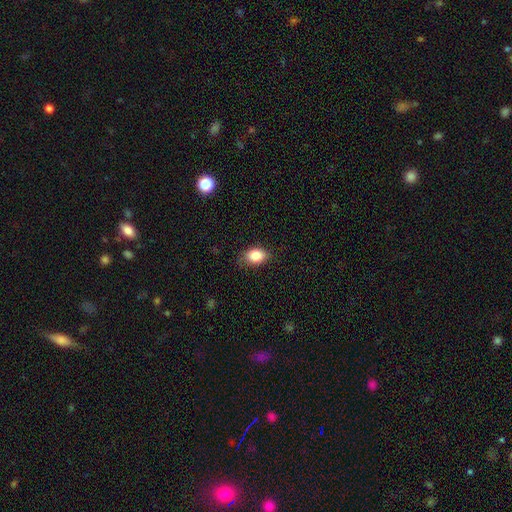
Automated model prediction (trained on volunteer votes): Overall: smooth (85%). How rounded: in between (78%). Merging: none (71%).